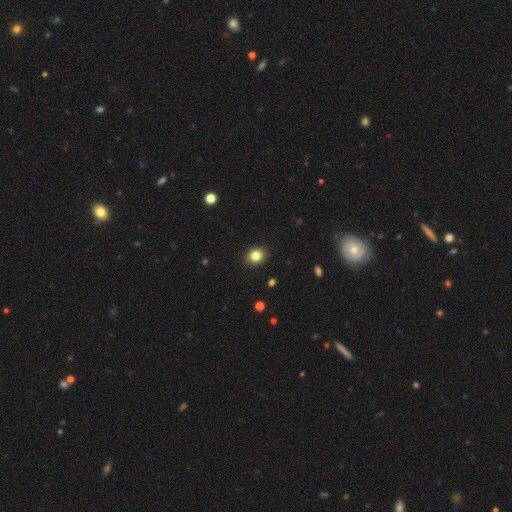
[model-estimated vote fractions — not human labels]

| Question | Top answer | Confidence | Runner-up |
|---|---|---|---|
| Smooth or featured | smooth | 83% | star or artifact (11%) |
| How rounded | round | 71% | in between (28%) |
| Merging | none | 90% | minor disturbance (8%) |